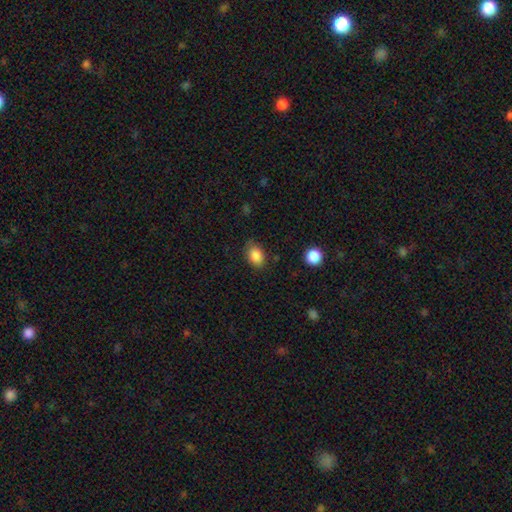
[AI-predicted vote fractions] Q: Smooth or featured?
A: smooth (86%); runner-up: star or artifact (9%)
Q: How rounded?
A: in between (72%); runner-up: round (26%)
Q: Merging?
A: none (76%); runner-up: minor disturbance (18%)